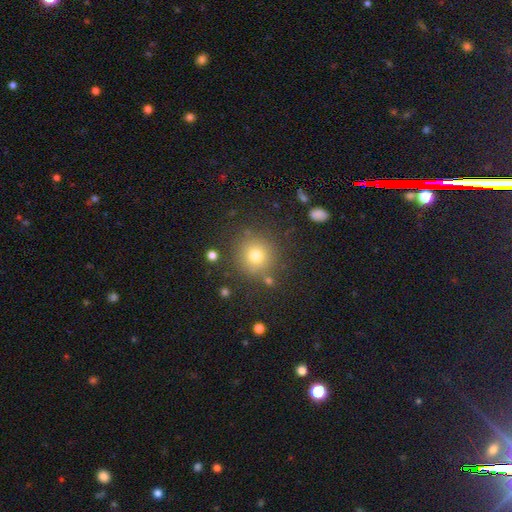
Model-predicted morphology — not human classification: Q: Smooth or featured?
A: smooth (75%); runner-up: star or artifact (15%)
Q: How rounded?
A: round (93%); runner-up: in between (6%)
Q: Merging?
A: none (83%); runner-up: minor disturbance (9%)